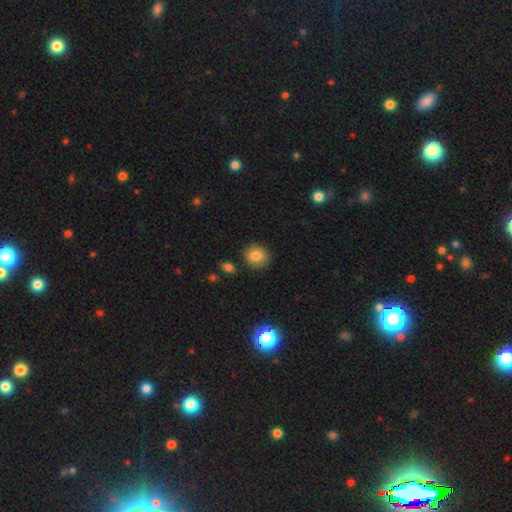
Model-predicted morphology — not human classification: Smooth or featured? smooth (83%)
How rounded? round (83%)
Merging? none (85%)